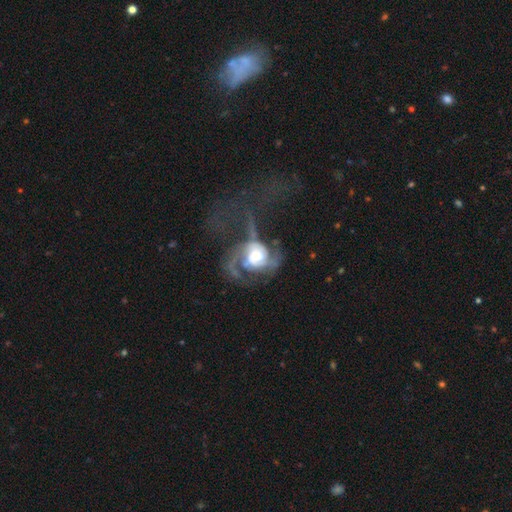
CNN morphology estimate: A featured or disk galaxy (78%) with no bar (67%), 2 (44%) medium (44%) spiral arms (89%) and a moderate central bulge (43%).

Vote fractions:
- Smooth or featured? featured or disk: 78% / smooth: 14% / star or artifact: 8%
- Edge-on disk? no: 98% / yes: 2%
- Bar? no: 67% / weak: 27% / strong: 6%
- Spiral arms? yes: 89% / no: 11%
- Spiral winding? medium: 44% / loose: 31% / tight: 24%
- Spiral arm count? 2: 44% / can't tell: 19% / 3: 16% / 1: 13% / 4: 4% / more than 4: 4%
- Bulge size? moderate: 43% / large: 34% / small: 15% / dominant: 6% / none: 3%
- Merging? major disturbance: 54% / none: 23% / minor disturbance: 13% / merger: 11%